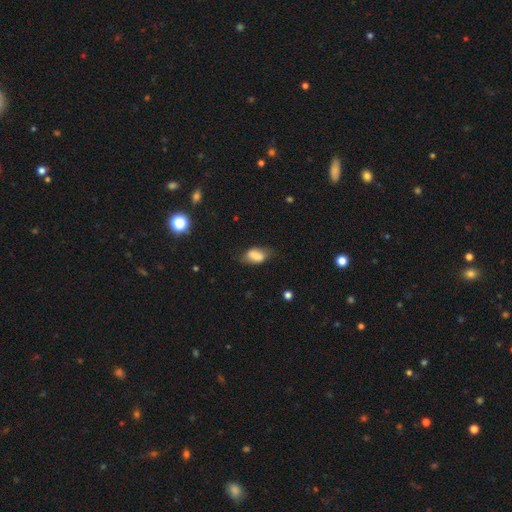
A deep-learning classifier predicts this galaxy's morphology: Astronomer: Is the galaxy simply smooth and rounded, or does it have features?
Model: smooth — 74%.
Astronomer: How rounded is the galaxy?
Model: in between — 87%.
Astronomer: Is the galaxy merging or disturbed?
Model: none — 57%.